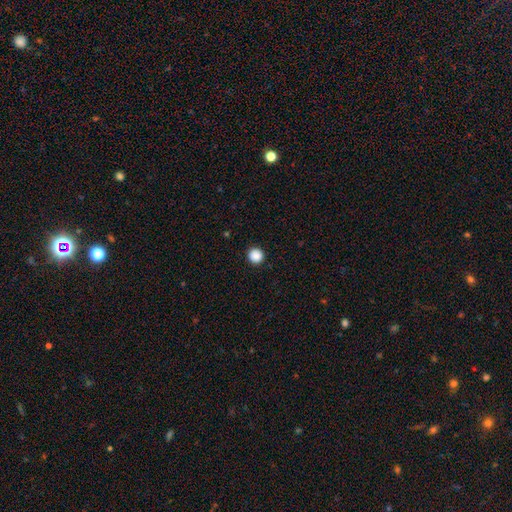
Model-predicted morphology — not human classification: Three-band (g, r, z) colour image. It shows a smooth galaxy with no disk features (88%) that is round (95%). Merging: none (93%).